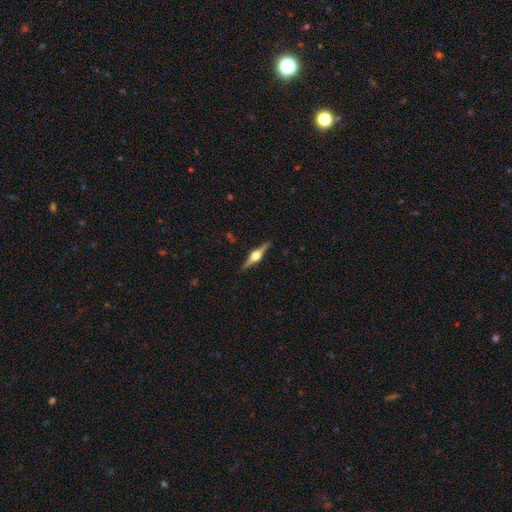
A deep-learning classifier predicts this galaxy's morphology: Smooth or featured: featured or disk — 81% (smooth — 13%)
Edge-on disk: yes — 98% (no — 2%)
Edge-on bulge: rounded — 94% (boxy — 4%)
Merging: none — 90% (minor disturbance — 7%)